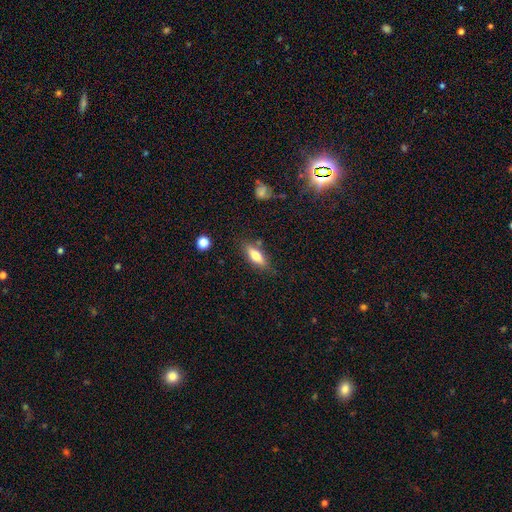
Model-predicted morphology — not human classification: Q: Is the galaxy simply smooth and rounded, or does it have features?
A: smooth — 68%.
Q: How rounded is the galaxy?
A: in between — 61%.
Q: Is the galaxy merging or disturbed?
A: none — 77%.